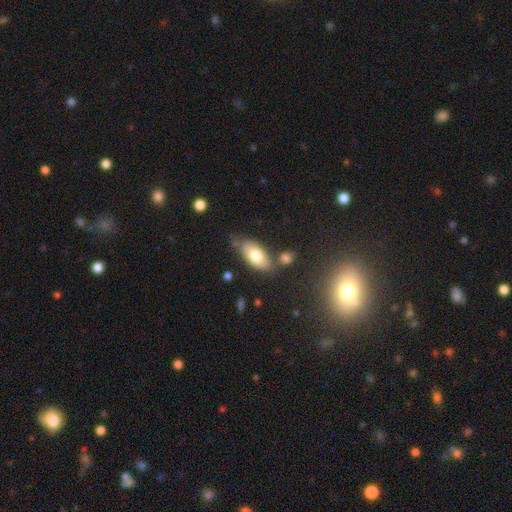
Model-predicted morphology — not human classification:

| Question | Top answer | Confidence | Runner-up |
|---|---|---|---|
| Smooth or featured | smooth | 75% | featured or disk (18%) |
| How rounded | in between | 91% | cigar-shaped (5%) |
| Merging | none | 64% | minor disturbance (19%) |